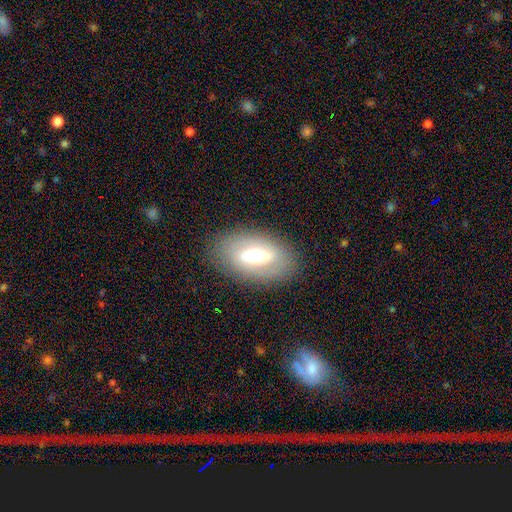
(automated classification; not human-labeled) A featured or disk galaxy (54%).

Vote fractions:
- Smooth or featured? featured or disk: 54% / smooth: 38% / star or artifact: 8%
- Edge-on disk? no: 81% / yes: 19%
- Merging? none: 83% / minor disturbance: 11% / major disturbance: 5% / merger: 1%